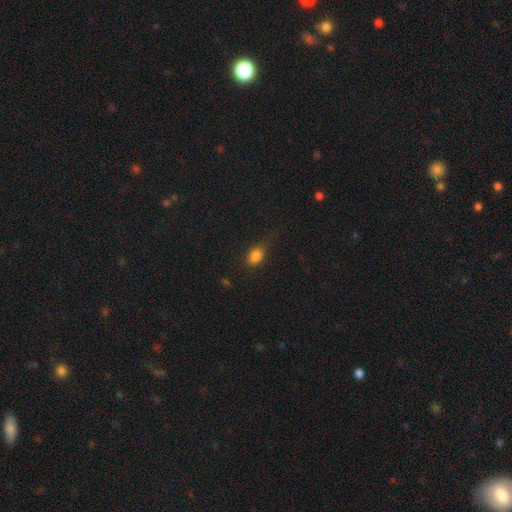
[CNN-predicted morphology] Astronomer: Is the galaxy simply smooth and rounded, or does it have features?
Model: smooth — 84%.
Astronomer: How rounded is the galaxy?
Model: in between — 76%.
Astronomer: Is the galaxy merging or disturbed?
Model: none — 64%.